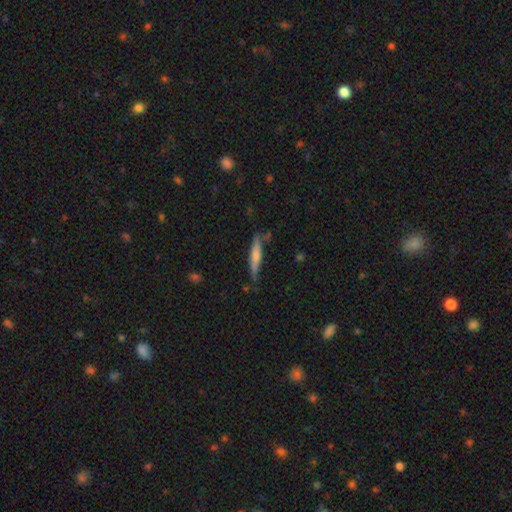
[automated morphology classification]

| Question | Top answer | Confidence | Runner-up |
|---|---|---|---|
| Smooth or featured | smooth | 61% | featured or disk (33%) |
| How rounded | cigar-shaped | 91% | in between (8%) |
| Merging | none | 77% | minor disturbance (16%) |